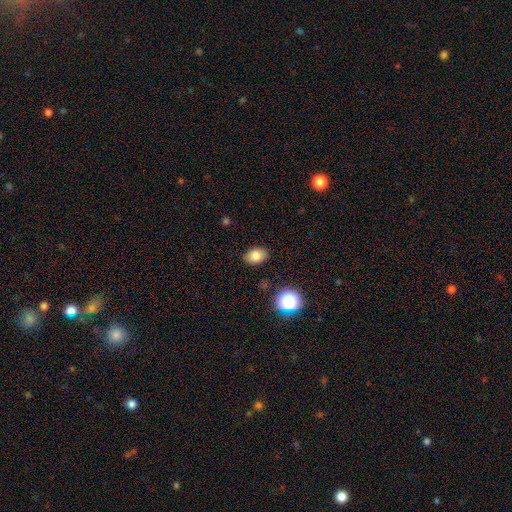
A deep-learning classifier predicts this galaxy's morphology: A smooth galaxy with no disk features (81%) that is in between round and cigar-shaped (79%). Merging: none (85%).